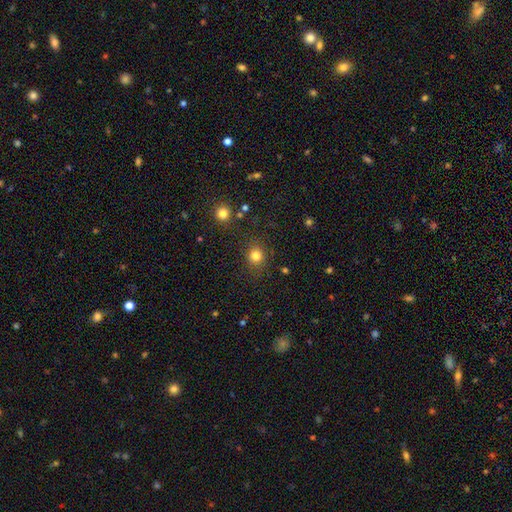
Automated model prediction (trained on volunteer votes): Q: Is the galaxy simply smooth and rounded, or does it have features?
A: smooth — 81%.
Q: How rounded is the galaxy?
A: round — 83%.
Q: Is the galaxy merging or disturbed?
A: none — 84%.